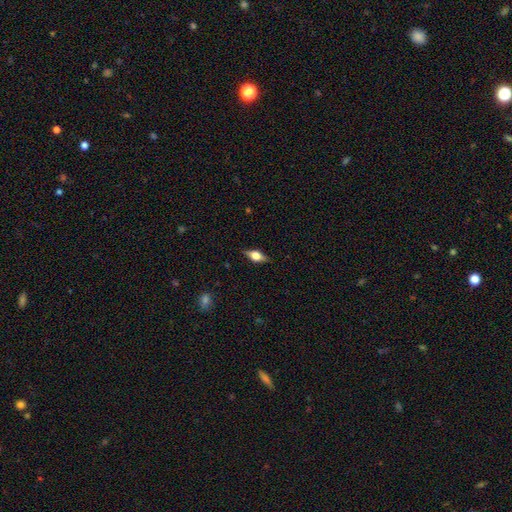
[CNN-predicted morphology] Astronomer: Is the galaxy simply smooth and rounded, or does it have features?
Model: featured or disk — 46%, tied with smooth at 46%.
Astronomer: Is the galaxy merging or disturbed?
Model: none — 85%.